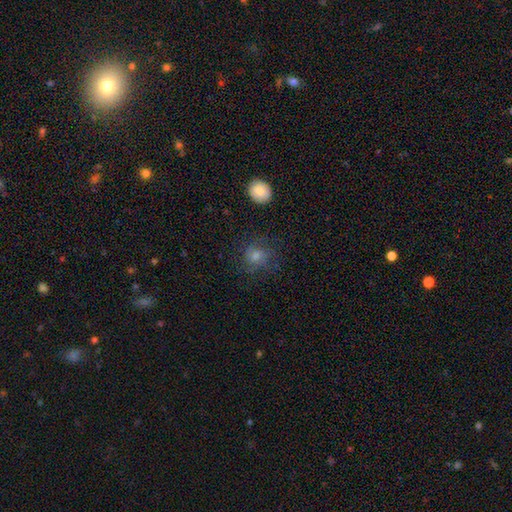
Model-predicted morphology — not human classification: Smooth or featured? Predicted: smooth (p=0.44). Merging? Predicted: none (p=0.73).